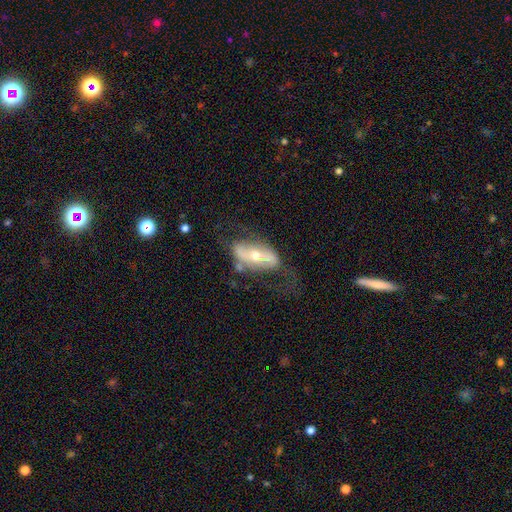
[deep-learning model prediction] smooth-or-featured: featured or disk: 72% | smooth: 21% | star or artifact: 7%
  disk-edge-on: no: 84% | yes: 16%
    bar: strong: 49% | no: 27% | weak: 24%
    has-spiral-arms: yes: 61% | no: 39%
    bulge-size: moderate: 58% | small: 36% | large: 4% | none: 1% | dominant: 1%
  merging: none: 51% | major disturbance: 24% | minor disturbance: 21% | merger: 4%